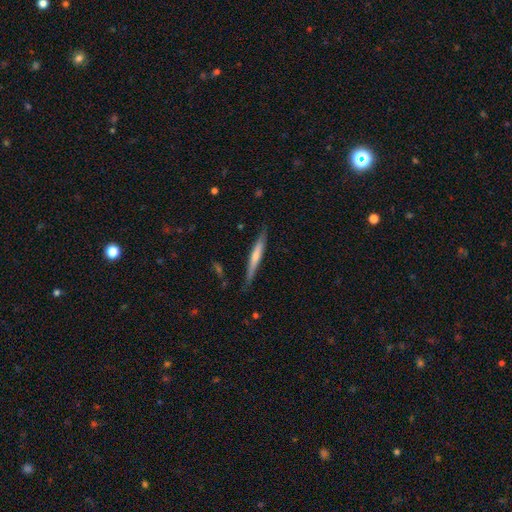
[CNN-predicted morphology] smooth_or_featured: smooth (p=0.51) [alt: featured or disk p=0.43]
how_rounded: cigar-shaped (p=0.95) [alt: in between p=0.04]
merging: none (p=0.83) [alt: minor disturbance p=0.13]